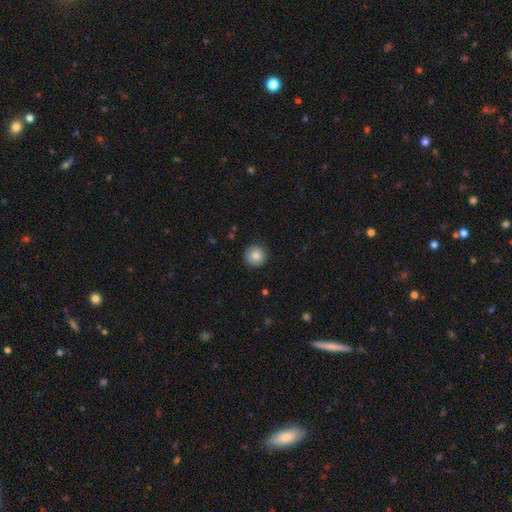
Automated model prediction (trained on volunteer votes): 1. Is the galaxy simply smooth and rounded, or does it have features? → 84% smooth, 9% star or artifact, 7% featured or disk.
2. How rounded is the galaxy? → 96% round, 3% in between, 1% cigar-shaped.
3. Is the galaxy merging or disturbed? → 90% none, 7% minor disturbance, 2% major disturbance, 1% merger.